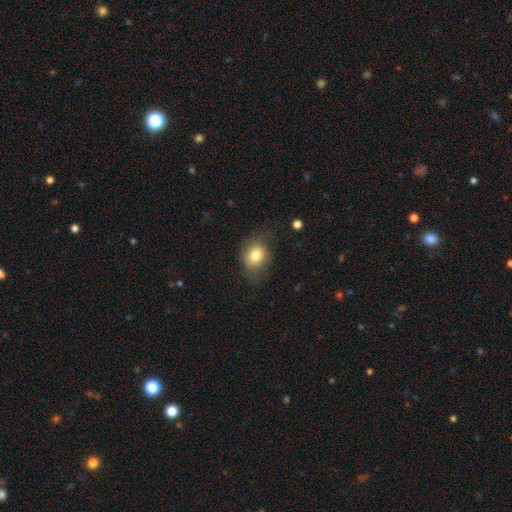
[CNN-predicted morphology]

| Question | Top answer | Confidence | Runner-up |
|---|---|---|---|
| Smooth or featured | smooth | 77% | featured or disk (13%) |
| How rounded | round | 55% | in between (44%) |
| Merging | none | 64% | minor disturbance (24%) |